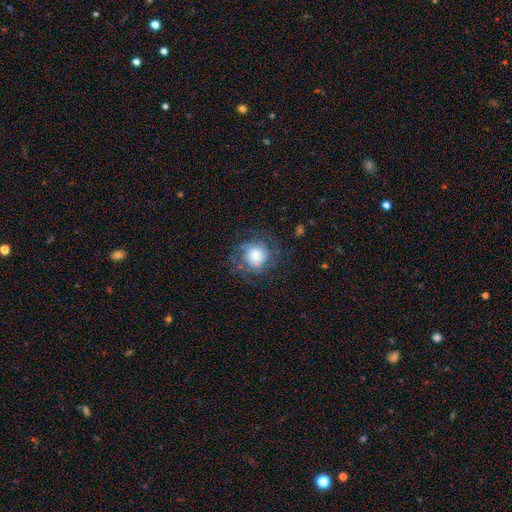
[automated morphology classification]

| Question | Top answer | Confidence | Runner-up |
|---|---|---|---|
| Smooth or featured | featured or disk | 48% | smooth (42%) |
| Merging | none | 66% | minor disturbance (18%) |